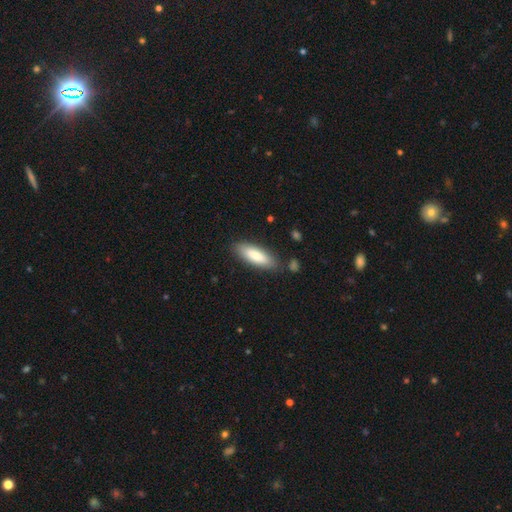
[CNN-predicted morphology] Overall: smooth (79%). How rounded: in between (57%; cigar-shaped 41%). Merging: none (84%).